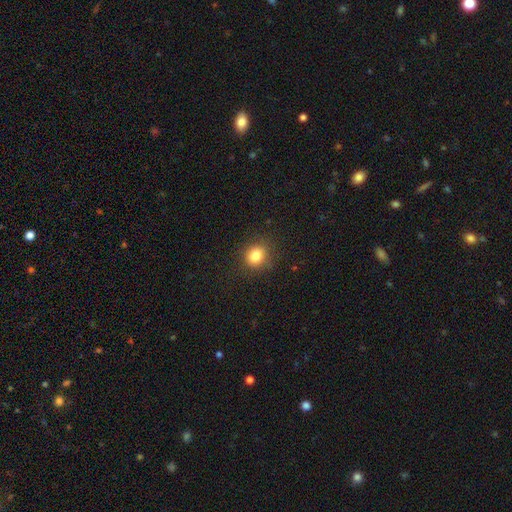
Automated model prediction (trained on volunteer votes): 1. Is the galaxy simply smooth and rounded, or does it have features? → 83% smooth, 11% star or artifact, 6% featured or disk.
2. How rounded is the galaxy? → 74% round, 25% in between, 1% cigar-shaped.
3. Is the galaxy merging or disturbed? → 85% none, 10% minor disturbance, 3% major disturbance, 1% merger.